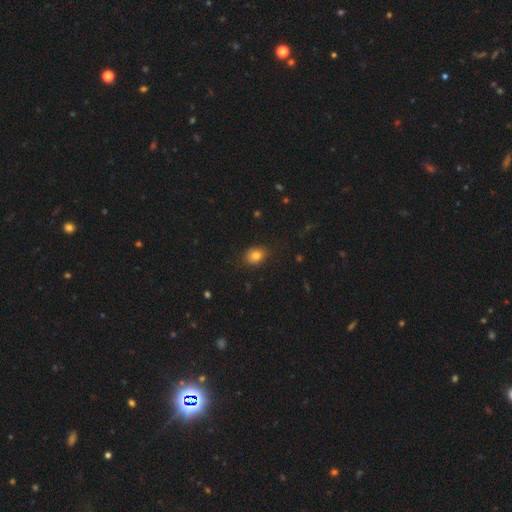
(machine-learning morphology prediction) The model was most divided on "how rounded": in between: 51%, round: 48%, cigar-shaped: 1%. More confident: smooth or featured — smooth (80%); merging — none (80%).